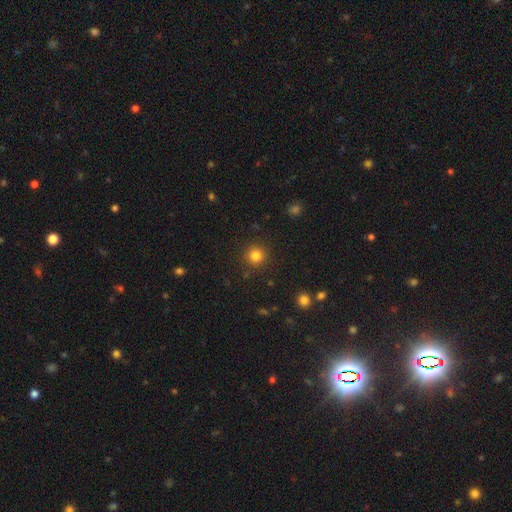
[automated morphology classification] Overall: smooth (83%). How rounded: round (94%). Merging: none (90%).